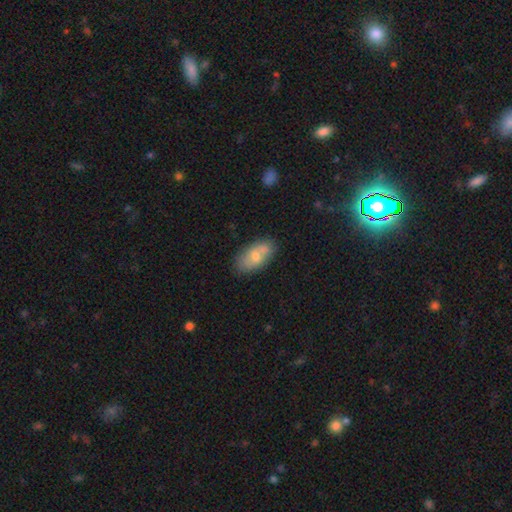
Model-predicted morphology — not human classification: type=smooth (60%); roundness=in between (90%); merging=none (68%).